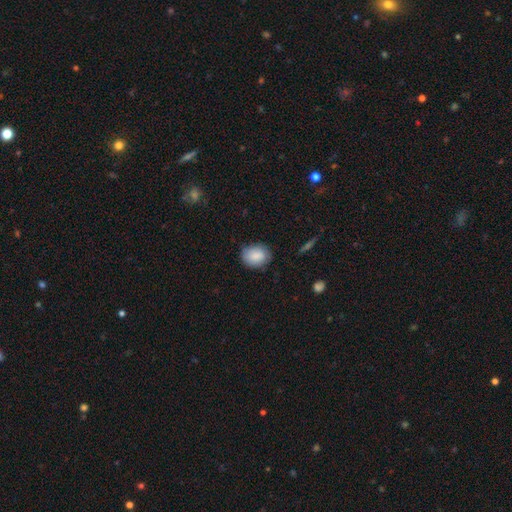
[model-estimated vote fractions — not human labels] This appears to be a smooth galaxy with no disk features (84%) that is in between round and cigar-shaped (55%). Merging: none (77%).